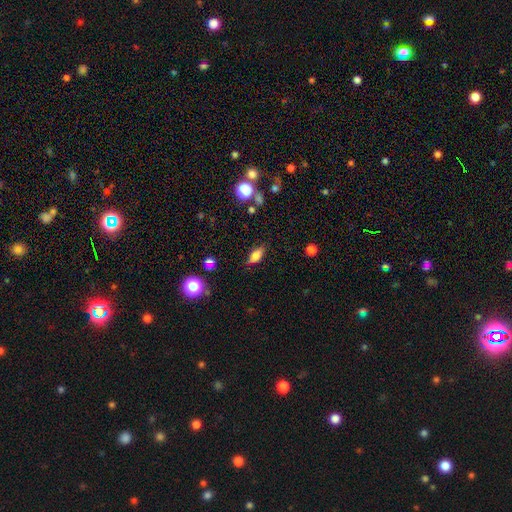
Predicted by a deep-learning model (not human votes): Smooth or featured? smooth (71%)
How rounded? in between (78%)
Merging? none (81%)